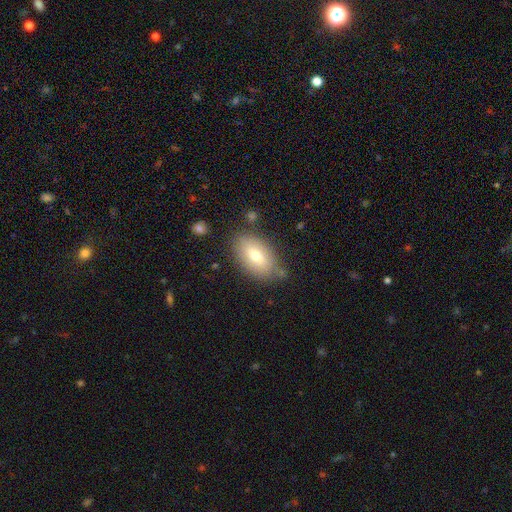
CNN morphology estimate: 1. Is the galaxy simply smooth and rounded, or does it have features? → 71% smooth, 21% featured or disk, 8% star or artifact.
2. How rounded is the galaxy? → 91% in between, 6% round, 3% cigar-shaped.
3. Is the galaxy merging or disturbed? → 75% none, 16% minor disturbance, 4% merger, 4% major disturbance.